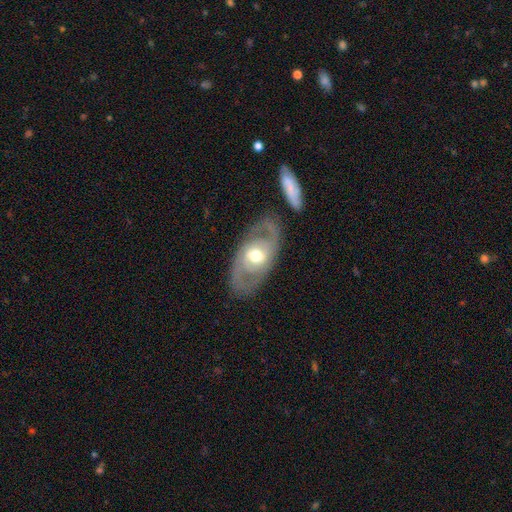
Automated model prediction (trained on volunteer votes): A featured or disk galaxy (72%) with no bar (55%), spiral arms (58%) and a moderate central bulge (70%).

Vote fractions:
- Smooth or featured? featured or disk: 72% / smooth: 23% / star or artifact: 5%
- Edge-on disk? no: 90% / yes: 10%
- Bar? no: 55% / weak: 32% / strong: 13%
- Spiral arms? yes: 58% / no: 42%
- Bulge size? moderate: 70% / small: 15% / large: 12% / dominant: 1% / none: 1%
- Merging? none: 77% / minor disturbance: 13% / major disturbance: 7% / merger: 2%